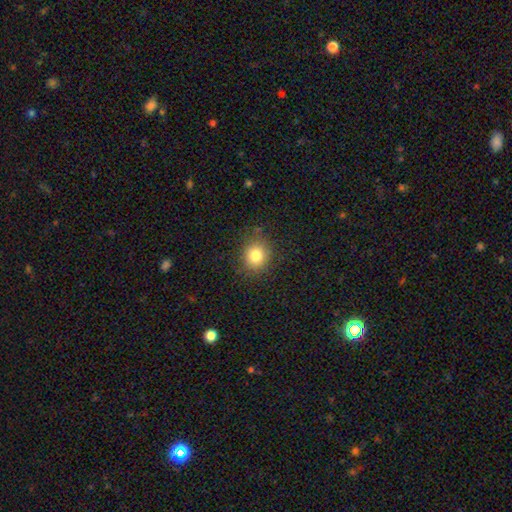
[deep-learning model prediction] This is clearly a smooth galaxy (82%). How rounded: likely round (77%). Merging: clearly none (84%).